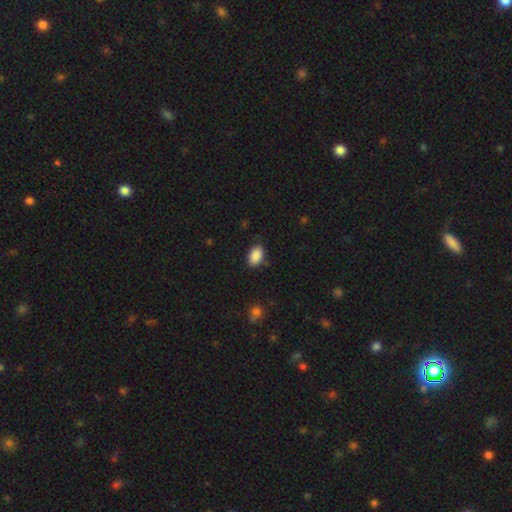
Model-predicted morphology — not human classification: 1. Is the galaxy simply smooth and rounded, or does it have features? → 89% smooth, 8% star or artifact, 4% featured or disk.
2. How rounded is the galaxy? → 90% in between, 8% round, 1% cigar-shaped.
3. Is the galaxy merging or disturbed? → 82% none, 13% minor disturbance, 3% major disturbance, 1% merger.